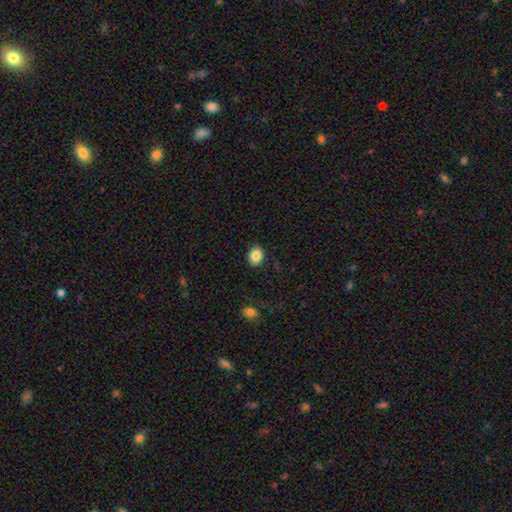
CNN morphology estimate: smooth-or-featured: smooth: 85% | star or artifact: 9% | featured or disk: 6%
  how-rounded: in between: 54% | round: 45% | cigar-shaped: 1%
  merging: none: 89% | minor disturbance: 8% | major disturbance: 2% | merger: 1%